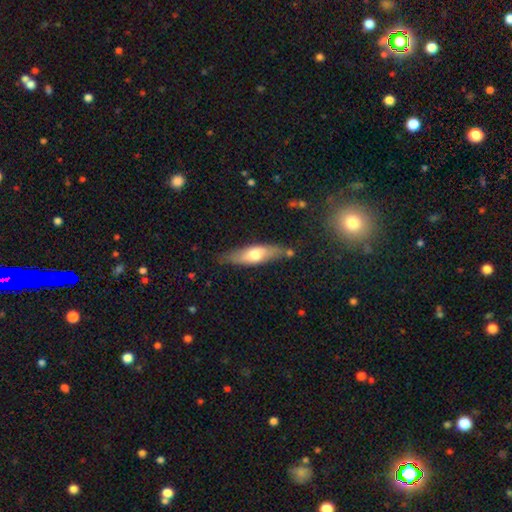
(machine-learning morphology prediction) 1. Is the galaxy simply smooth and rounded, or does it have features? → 59% smooth, 36% featured or disk, 6% star or artifact.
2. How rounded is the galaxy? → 54% cigar-shaped, 44% in between, 2% round.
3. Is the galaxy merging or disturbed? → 76% none, 17% minor disturbance, 4% merger, 3% major disturbance.